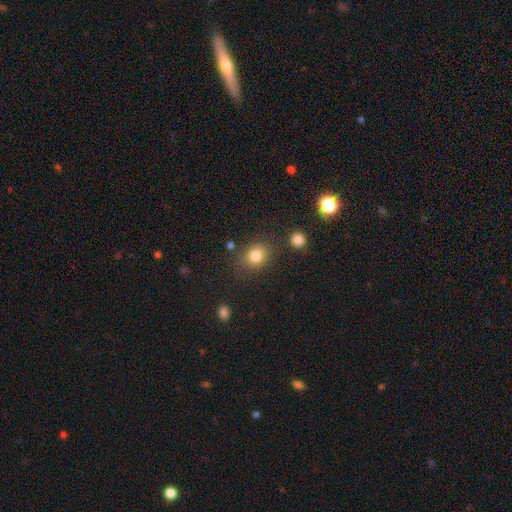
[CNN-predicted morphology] Smooth or featured? Predicted: smooth (p=0.81). How rounded? Predicted: round (p=0.61). Merging? Predicted: none (p=0.77).